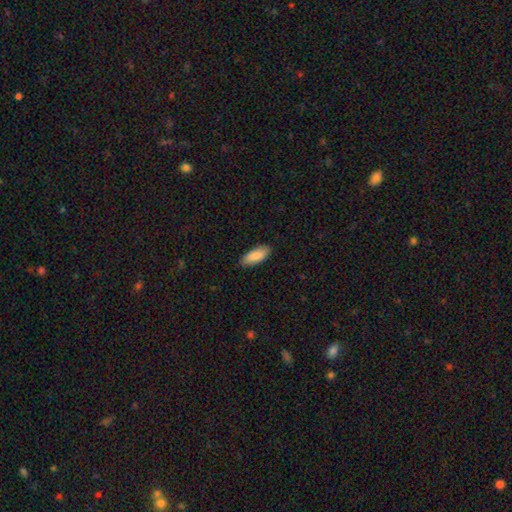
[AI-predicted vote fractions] Smooth or featured? Predicted: smooth (p=0.87). How rounded? Predicted: in between (p=0.82). Merging? Predicted: none (p=0.85).